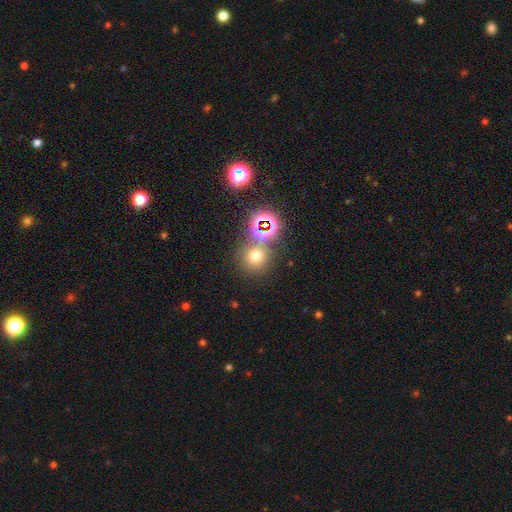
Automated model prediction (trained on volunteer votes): Smooth or featured?
  - smooth: 60% *
  - star or artifact: 31%
  - featured or disk: 9%
How rounded?
  - round: 87% *
  - in between: 11%
  - cigar-shaped: 1%
Merging?
  - none: 68% *
  - merger: 19%
  - minor disturbance: 9%
  - major disturbance: 4%